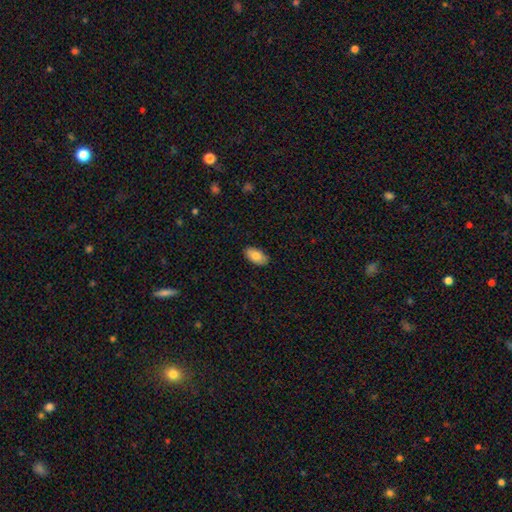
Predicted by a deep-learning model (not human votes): Overall: smooth (84%). How rounded: in between (94%). Merging: none (87%).